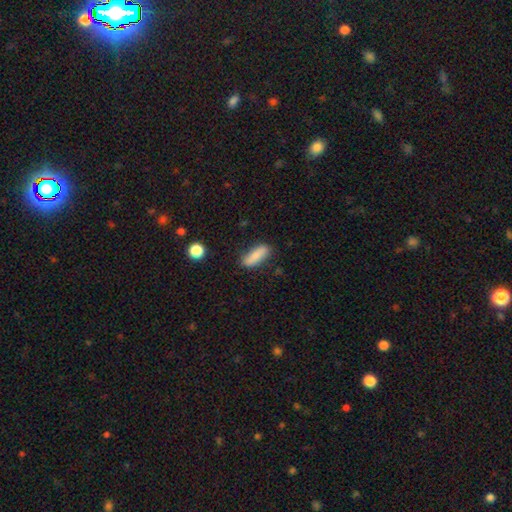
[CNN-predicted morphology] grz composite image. It shows a smooth galaxy with no disk features (82%) that is in between round and cigar-shaped (56%). Merging: none (80%).